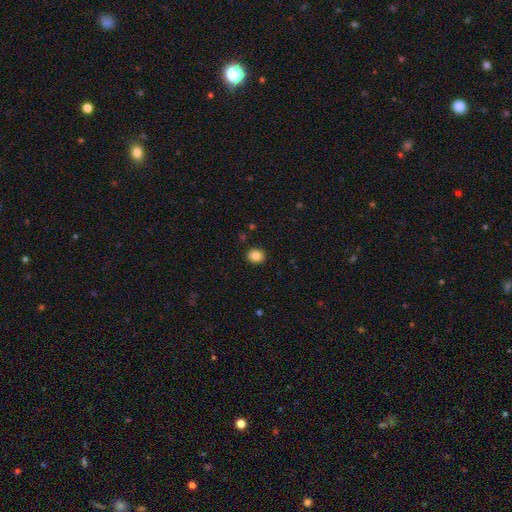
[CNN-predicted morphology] Smooth or featured? Predicted: smooth (p=0.85). How rounded? Predicted: round (p=0.66). Merging? Predicted: none (p=0.91).